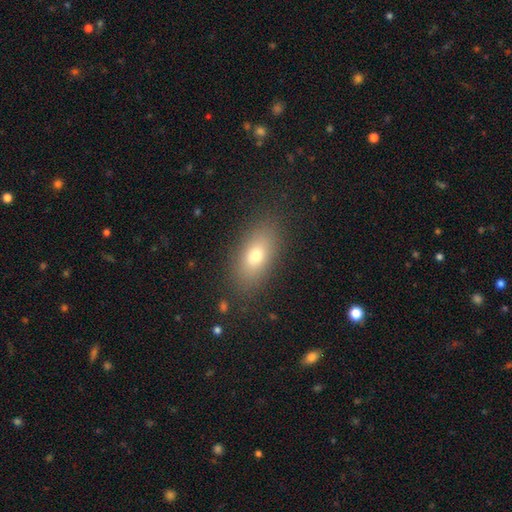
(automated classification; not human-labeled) Smooth or featured? smooth (72%)
How rounded? in between (83%)
Merging? none (85%)